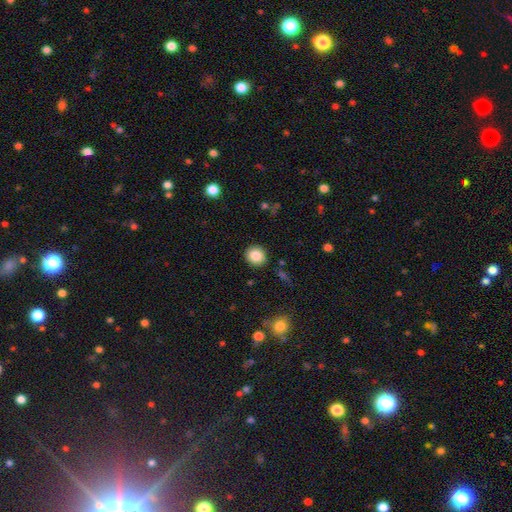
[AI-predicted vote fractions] Smooth or featured?
  - smooth: 86% *
  - star or artifact: 9%
  - featured or disk: 5%
How rounded?
  - round: 87% *
  - in between: 12%
  - cigar-shaped: 1%
Merging?
  - none: 90% *
  - minor disturbance: 6%
  - major disturbance: 2%
  - merger: 1%